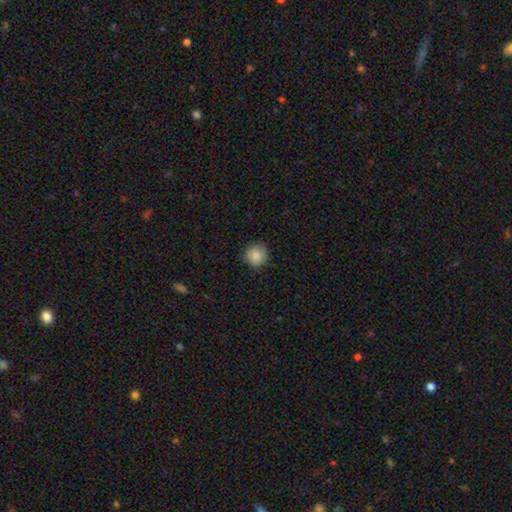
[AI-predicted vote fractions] Smooth or featured: smooth — 87% (star or artifact — 9%)
How rounded: round — 93% (in between — 6%)
Merging: none — 85% (minor disturbance — 12%)